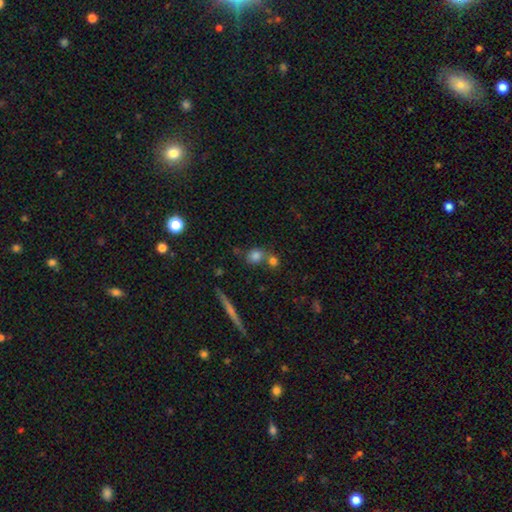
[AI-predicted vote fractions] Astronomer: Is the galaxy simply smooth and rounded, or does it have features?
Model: smooth — 77%.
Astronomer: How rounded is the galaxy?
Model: round — 72%.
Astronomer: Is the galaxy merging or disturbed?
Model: none — 50% (runner-up: merger, 35%).